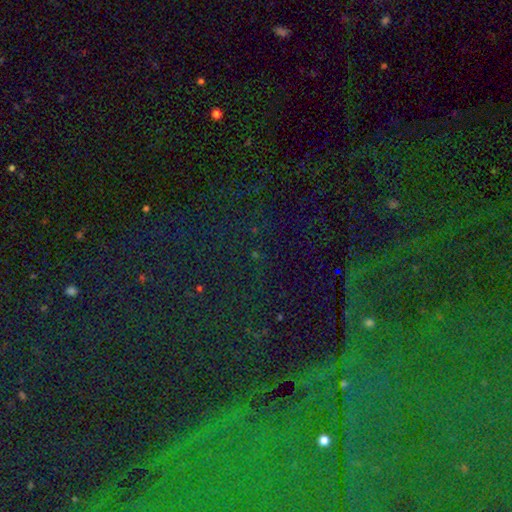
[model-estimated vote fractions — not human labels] Smooth or featured? Predicted: star or artifact (p=0.81).